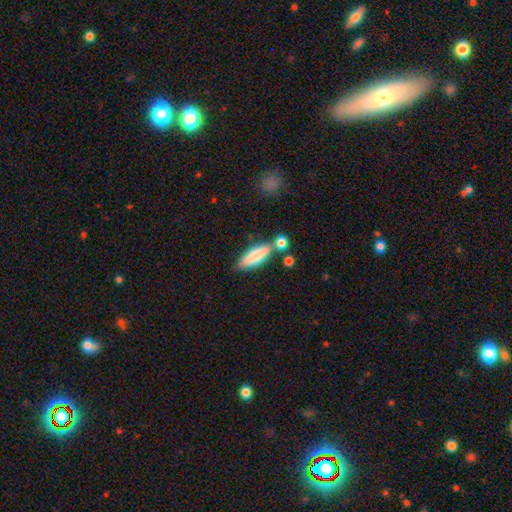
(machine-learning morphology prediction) Overall: smooth (79%). How rounded: in between (50%; cigar-shaped 48%). Merging: none (64%).